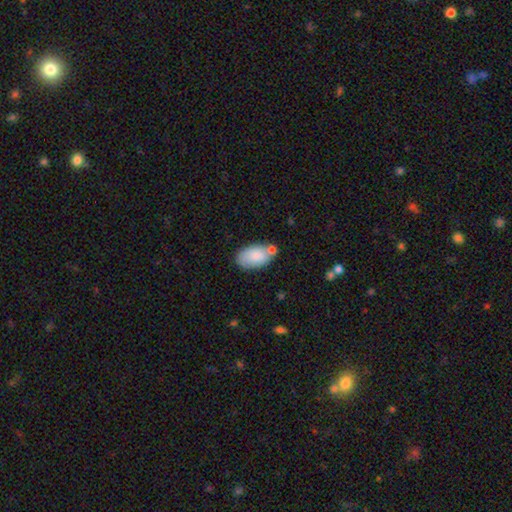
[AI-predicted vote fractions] Overall: smooth (83%). How rounded: in between (94%). Merging: none (66%).